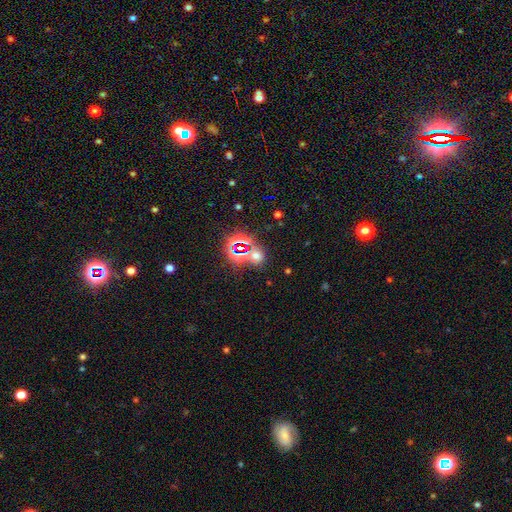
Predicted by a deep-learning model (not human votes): Smooth or featured? star or artifact (53%)